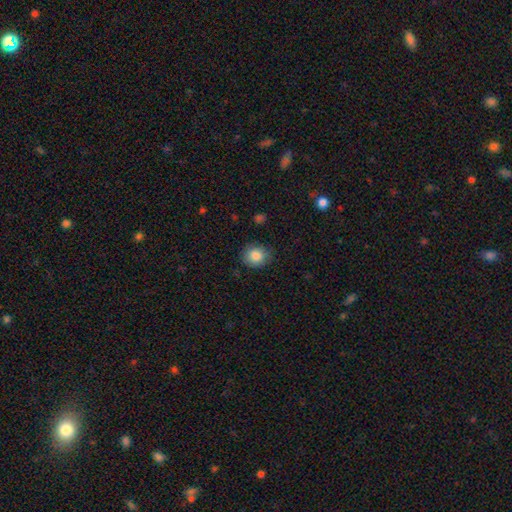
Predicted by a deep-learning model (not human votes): Q: Smooth or featured?
A: smooth (85%); runner-up: star or artifact (9%)
Q: How rounded?
A: round (76%); runner-up: in between (23%)
Q: Merging?
A: none (83%); runner-up: minor disturbance (13%)